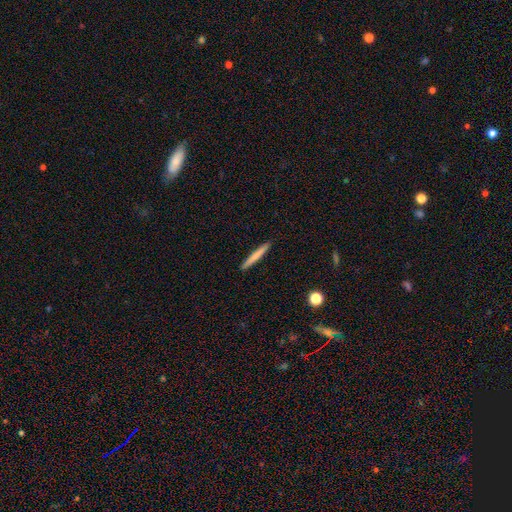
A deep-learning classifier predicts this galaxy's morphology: This is likely a smooth galaxy (68%). How rounded: clearly cigar-shaped (96%). Merging: clearly none (92%).